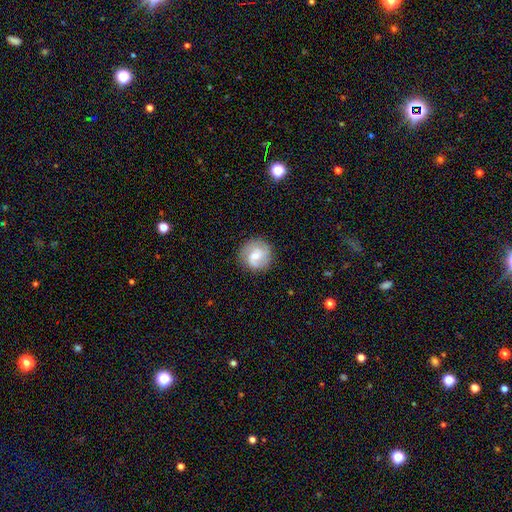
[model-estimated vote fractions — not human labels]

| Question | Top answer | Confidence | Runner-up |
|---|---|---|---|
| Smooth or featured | featured or disk | 63% | smooth (30%) |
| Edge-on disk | no | 98% | yes (2%) |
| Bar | weak | 46% | no (45%) |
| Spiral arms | yes | 92% | no (8%) |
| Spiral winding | medium | 46% | tight (31%) |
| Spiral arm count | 2 | 57% | 3 (20%) |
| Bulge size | moderate | 50% | small (43%) |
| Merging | none | 84% | minor disturbance (12%) |